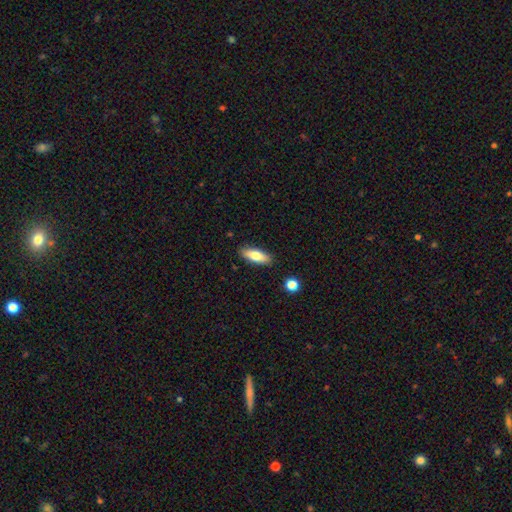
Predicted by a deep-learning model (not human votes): Smooth or featured: smooth — 74% (featured or disk — 20%)
How rounded: in between — 66% (cigar-shaped — 32%)
Merging: none — 88% (minor disturbance — 9%)